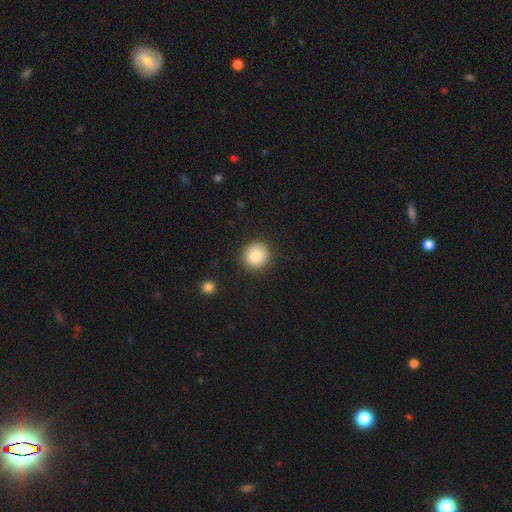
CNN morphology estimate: This is clearly a smooth galaxy (85%). How rounded: clearly round (94%). Merging: clearly none (90%).